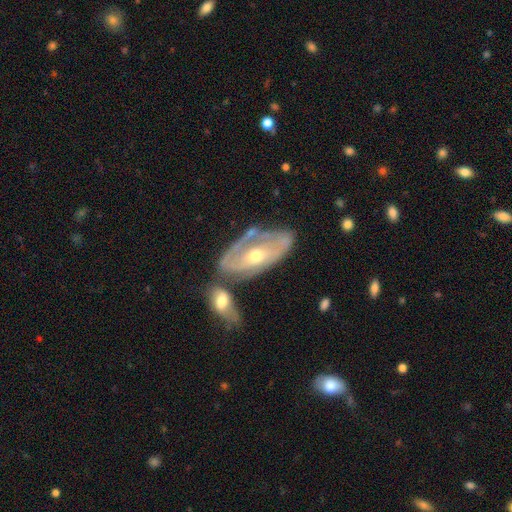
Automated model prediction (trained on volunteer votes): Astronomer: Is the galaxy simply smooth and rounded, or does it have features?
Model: featured or disk — 76%.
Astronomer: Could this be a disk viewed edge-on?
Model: no — 90%.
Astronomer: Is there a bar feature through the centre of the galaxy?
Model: no — 58%.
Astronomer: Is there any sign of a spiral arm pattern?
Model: yes — 66%.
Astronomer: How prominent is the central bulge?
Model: moderate — 61%.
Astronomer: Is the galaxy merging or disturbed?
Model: none — 43% (runner-up: merger, 26%).